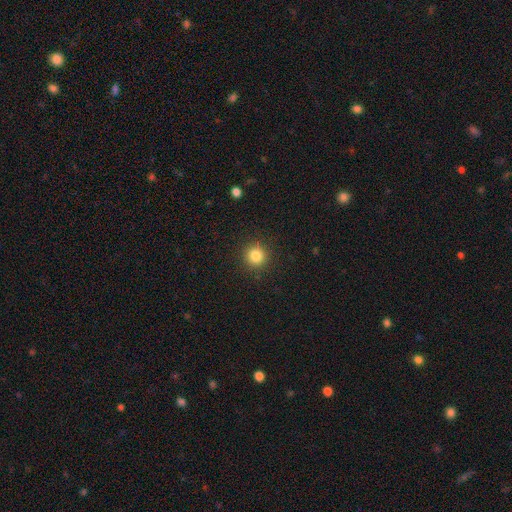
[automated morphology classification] The model was most divided on "smooth or featured": smooth: 83%, star or artifact: 12%, featured or disk: 5%. More confident: how rounded — round (94%); merging — none (91%).